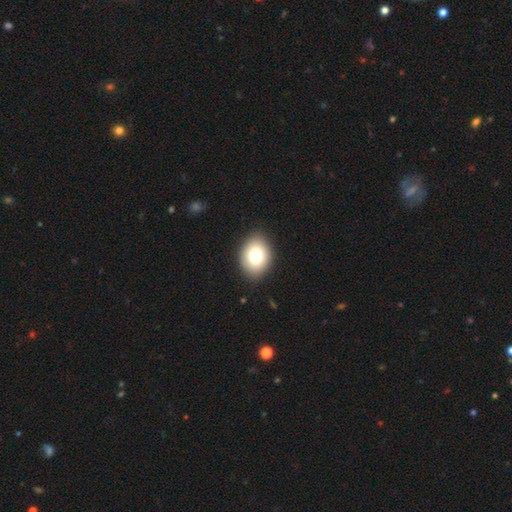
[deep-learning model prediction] This appears to be a smooth galaxy with no disk features (79%) that is in between round and cigar-shaped (68%). Merging: none (87%).